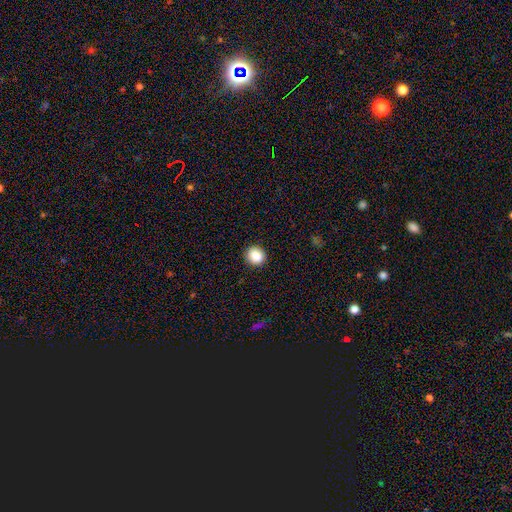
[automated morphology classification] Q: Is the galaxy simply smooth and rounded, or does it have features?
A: smooth — 87%.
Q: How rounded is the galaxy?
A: round — 87%.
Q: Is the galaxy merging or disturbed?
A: none — 91%.